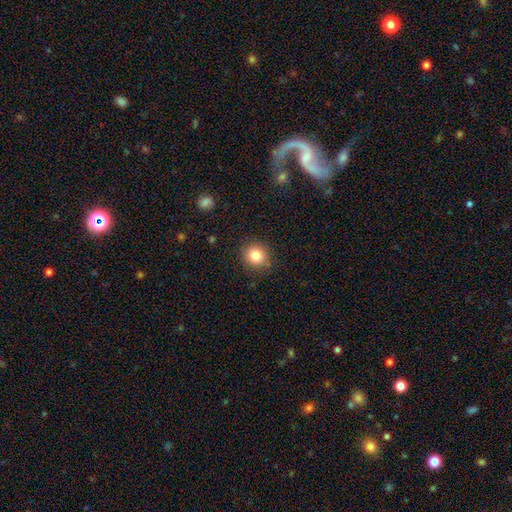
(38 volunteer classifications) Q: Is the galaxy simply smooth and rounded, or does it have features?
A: smooth — 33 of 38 (87%).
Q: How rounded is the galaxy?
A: round — 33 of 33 (100%).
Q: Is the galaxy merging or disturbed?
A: none — 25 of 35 (71%).